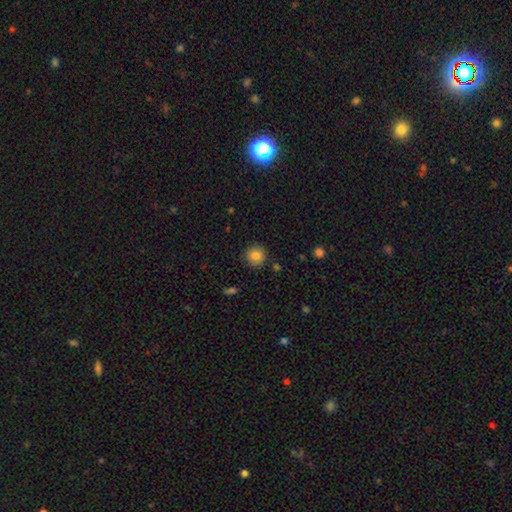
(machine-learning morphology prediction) Overall: smooth (82%). How rounded: round (94%). Merging: none (90%).